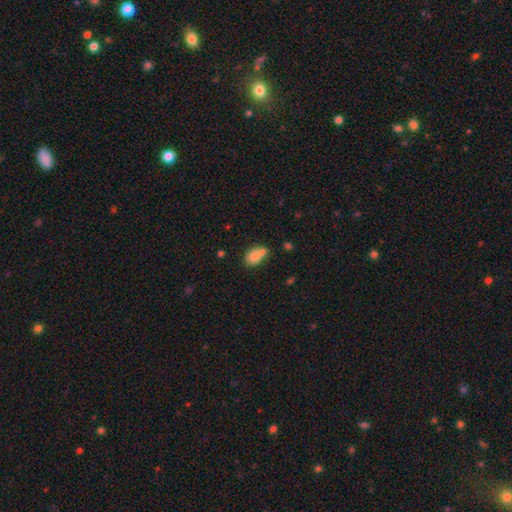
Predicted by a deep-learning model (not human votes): Morphology: type=smooth (77%); roundness=in between (72%); merging=merger (45%).